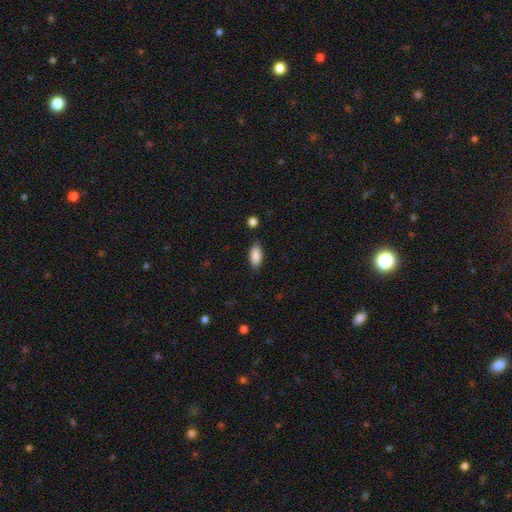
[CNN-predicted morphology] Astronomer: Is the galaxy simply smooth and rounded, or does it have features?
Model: smooth — 88%.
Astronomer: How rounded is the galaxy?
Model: in between — 88%.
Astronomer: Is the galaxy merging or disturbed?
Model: none — 83%.